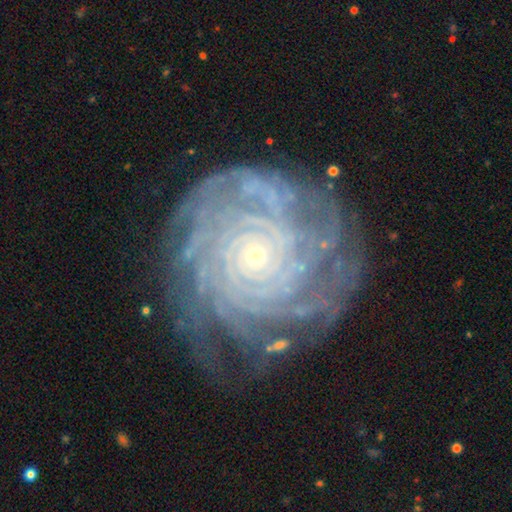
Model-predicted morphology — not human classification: Q: Smooth or featured?
A: featured or disk (89%); runner-up: star or artifact (6%)
Q: Edge-on disk?
A: no (97%); runner-up: yes (3%)
Q: Bar?
A: no (81%); runner-up: weak (13%)
Q: Spiral arms?
A: yes (97%); runner-up: no (3%)
Q: Spiral winding?
A: tight (85%); runner-up: medium (12%)
Q: Spiral arm count?
A: more than 4 (36%); runner-up: can't tell (21%)
Q: Bulge size?
A: small (84%); runner-up: moderate (13%)
Q: Merging?
A: none (76%); runner-up: minor disturbance (15%)